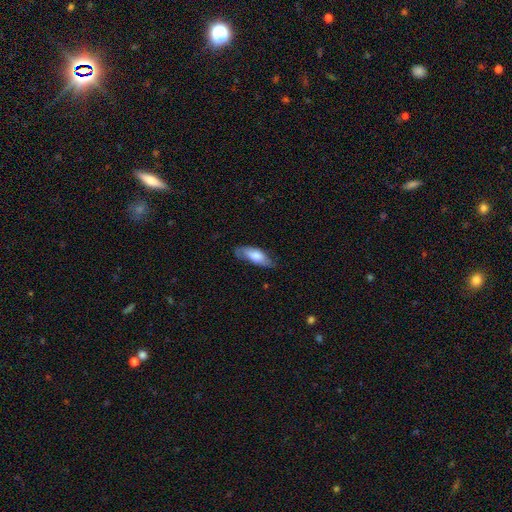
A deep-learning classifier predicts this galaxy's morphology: Overall: smooth (69%). How rounded: in between (72%). Merging: none (66%; minor disturbance 26%).